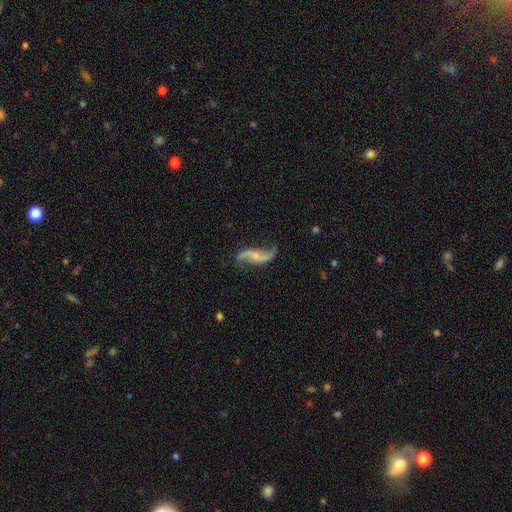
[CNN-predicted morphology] smooth-or-featured: featured or disk: 85% | smooth: 10% | star or artifact: 6%
  disk-edge-on: no: 94% | yes: 6%
    bar: no: 55% | weak: 30% | strong: 15%
    has-spiral-arms: yes: 95% | no: 5%
      spiral-winding: loose: 90% | medium: 7% | tight: 3%
      spiral-arm-count: 2: 93% | 1: 2% | can't tell: 2% | 3: 1% | 4: 1% | more than 4: 1%
    bulge-size: small: 61% | moderate: 22% | none: 15% | large: 2% | dominant: 1%
  merging: none: 70% | minor disturbance: 18% | major disturbance: 9% | merger: 3%